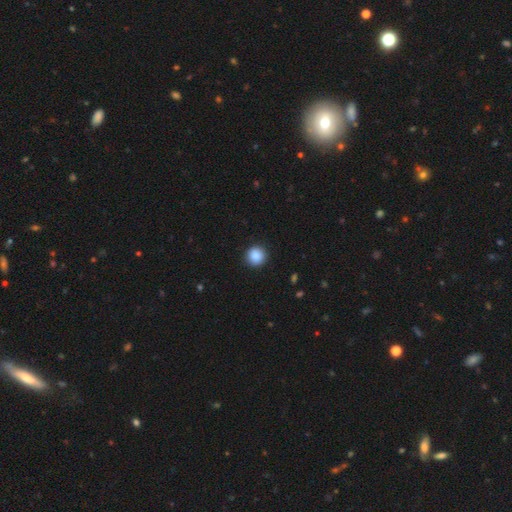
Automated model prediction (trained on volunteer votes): Q: Smooth or featured?
A: smooth (89%); runner-up: star or artifact (9%)
Q: How rounded?
A: round (94%); runner-up: in between (5%)
Q: Merging?
A: none (92%); runner-up: minor disturbance (6%)